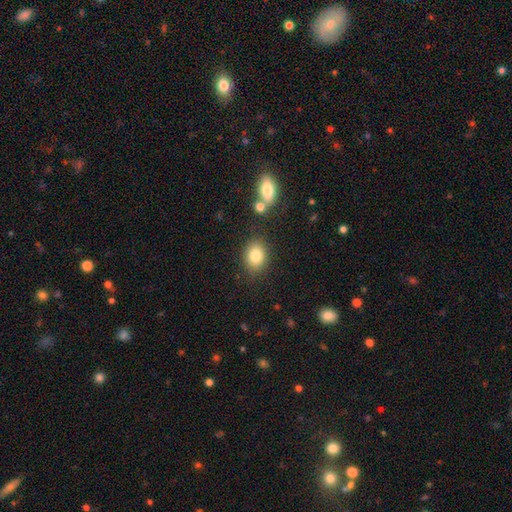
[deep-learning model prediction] smooth 82%, star or artifact 10%, featured or disk 8%. Down the decision tree: how rounded — in between (56%); merging — none (81%).